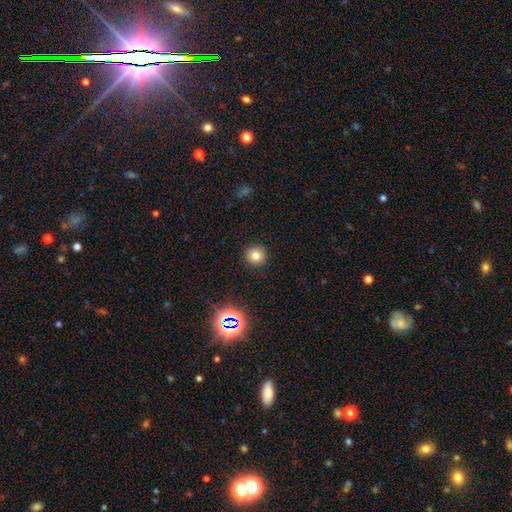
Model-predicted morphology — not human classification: smooth 78%, star or artifact 15%, featured or disk 7%. Down the decision tree: how rounded — round (94%); merging — none (91%).